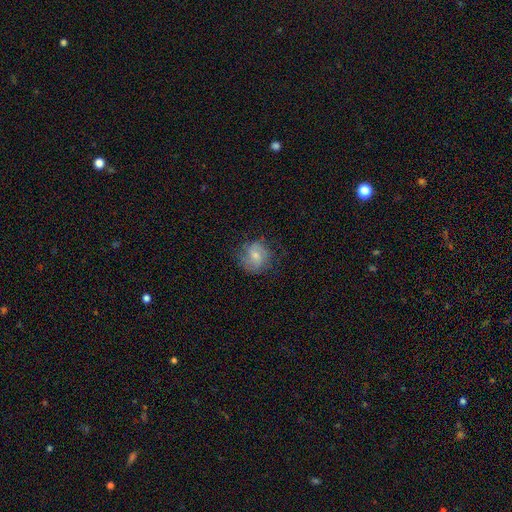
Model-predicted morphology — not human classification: This appears to be a featured or disk galaxy (50%). Merging: none (70%).